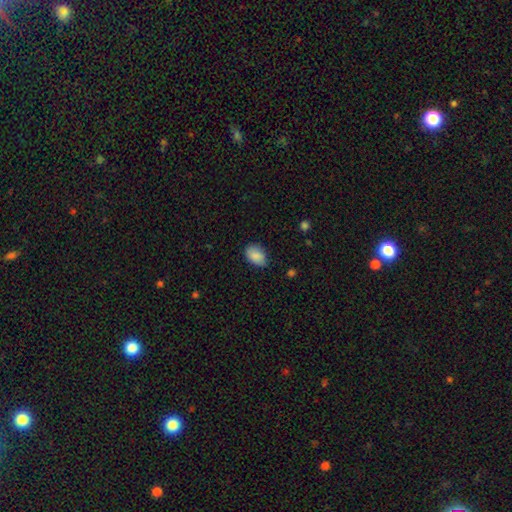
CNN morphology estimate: Smooth or featured? Predicted: smooth (p=0.87). How rounded? Predicted: in between (p=0.86). Merging? Predicted: none (p=0.74).